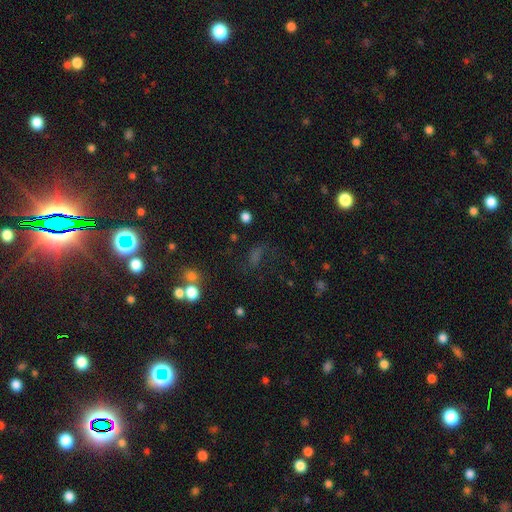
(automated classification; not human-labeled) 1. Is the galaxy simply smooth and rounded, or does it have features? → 40% star or artifact, 38% smooth, 22% featured or disk.